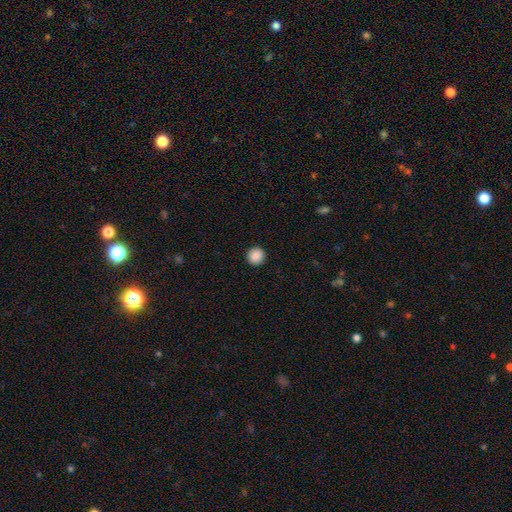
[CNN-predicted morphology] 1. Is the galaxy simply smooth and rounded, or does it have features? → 89% smooth, 8% star or artifact, 3% featured or disk.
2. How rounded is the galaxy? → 94% round, 5% in between, 1% cigar-shaped.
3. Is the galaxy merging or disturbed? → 92% none, 5% minor disturbance, 2% major disturbance, 1% merger.